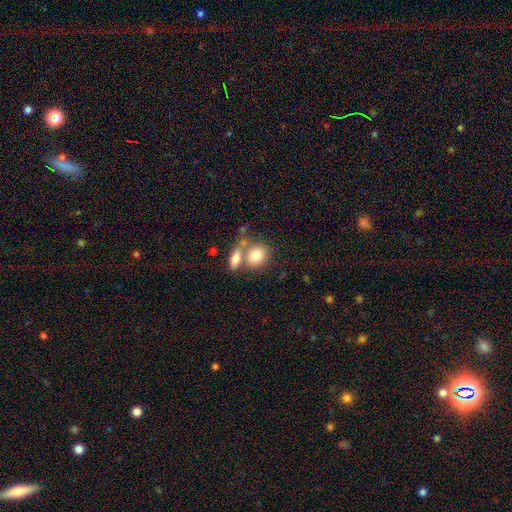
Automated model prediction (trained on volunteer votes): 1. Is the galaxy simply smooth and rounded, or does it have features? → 78% smooth, 14% featured or disk, 8% star or artifact.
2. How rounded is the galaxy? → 52% in between, 46% round, 2% cigar-shaped.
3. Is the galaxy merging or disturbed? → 43% none, 42% merger, 11% minor disturbance, 5% major disturbance.